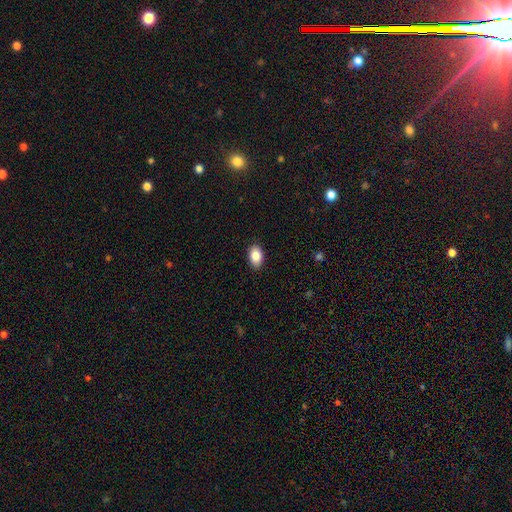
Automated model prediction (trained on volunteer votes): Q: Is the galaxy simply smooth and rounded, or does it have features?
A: smooth — 85%.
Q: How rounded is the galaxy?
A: in between — 88%.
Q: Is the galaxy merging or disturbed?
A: none — 89%.